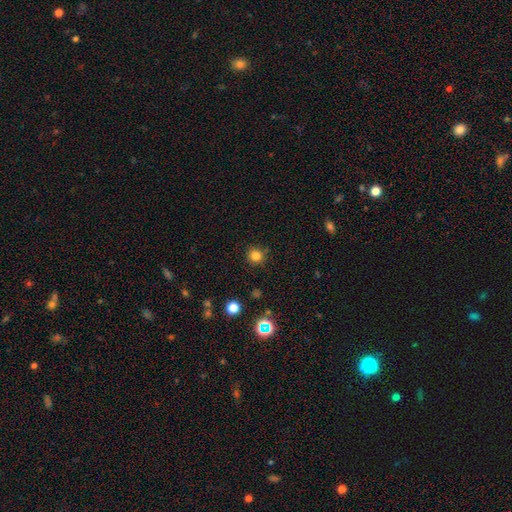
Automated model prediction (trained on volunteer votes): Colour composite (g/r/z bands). It shows a smooth galaxy with no disk features (81%) that is round (94%). Merging: none (89%).